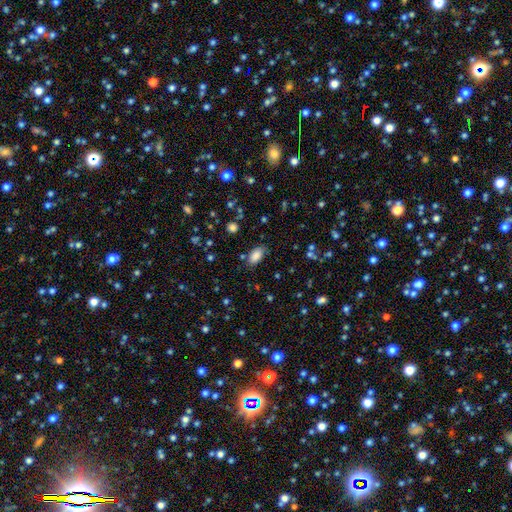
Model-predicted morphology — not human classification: The model was most divided on "merging": none: 77%, minor disturbance: 17%, major disturbance: 4%, merger: 2%. More confident: how rounded — in between (92%); smooth or featured — smooth (84%).